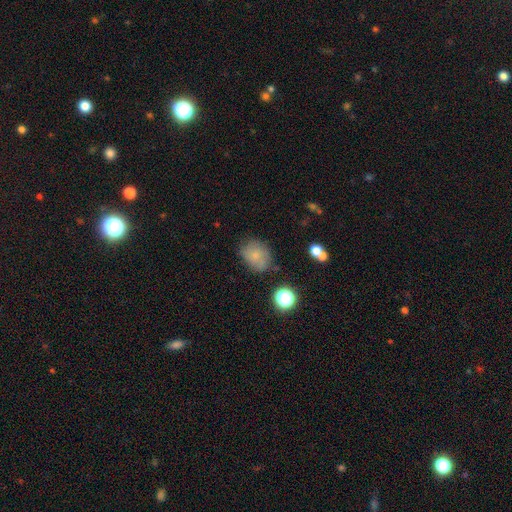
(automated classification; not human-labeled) A smooth galaxy with no disk features (72%) that is round (57%). Merging: none (63%).